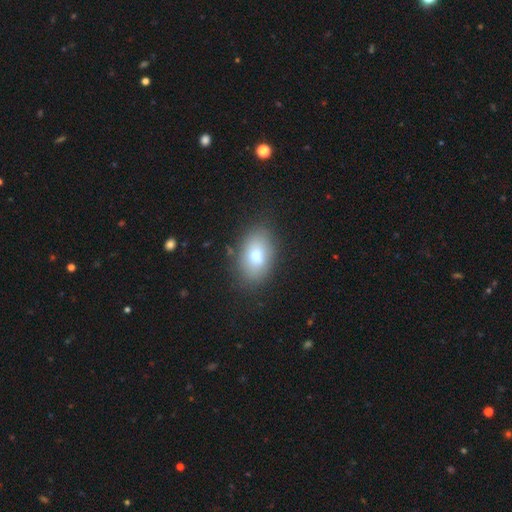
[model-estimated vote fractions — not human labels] smooth-or-featured: smooth: 76% | featured or disk: 15% | star or artifact: 9%
  how-rounded: in between: 89% | round: 9% | cigar-shaped: 2%
  merging: none: 82% | minor disturbance: 12% | major disturbance: 4% | merger: 2%